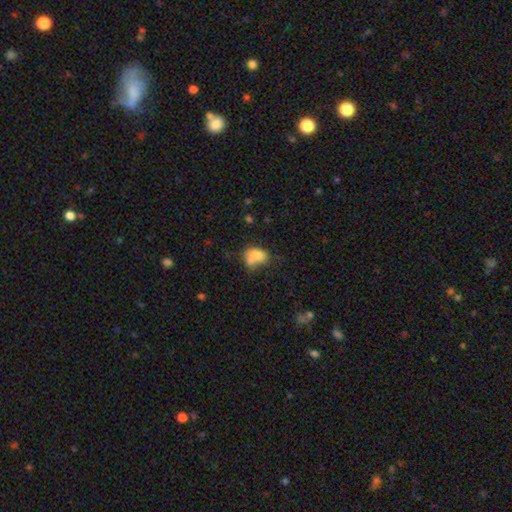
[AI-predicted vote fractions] smooth-or-featured: smooth: 75% | featured or disk: 14% | star or artifact: 10%
  how-rounded: in between: 77% | round: 21% | cigar-shaped: 2%
  merging: none: 31% | minor disturbance: 26% | merger: 26% | major disturbance: 18%